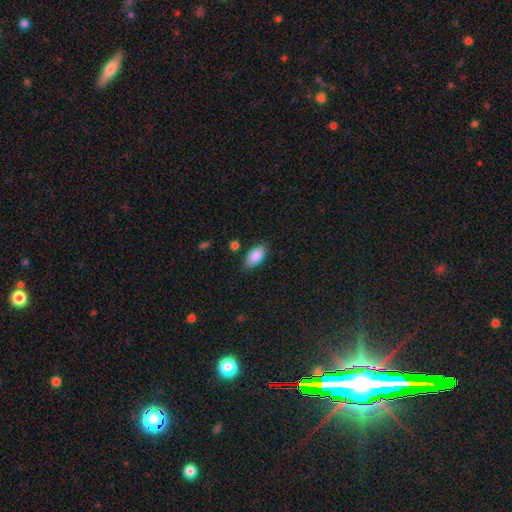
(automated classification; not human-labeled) A smooth galaxy with no disk features (87%) that is in between round and cigar-shaped (92%).

Vote fractions:
- Smooth or featured? smooth: 87% / star or artifact: 7% / featured or disk: 7%
- How rounded? in between: 92% / cigar-shaped: 5% / round: 3%
- Merging? none: 80% / minor disturbance: 15% / major disturbance: 3% / merger: 2%